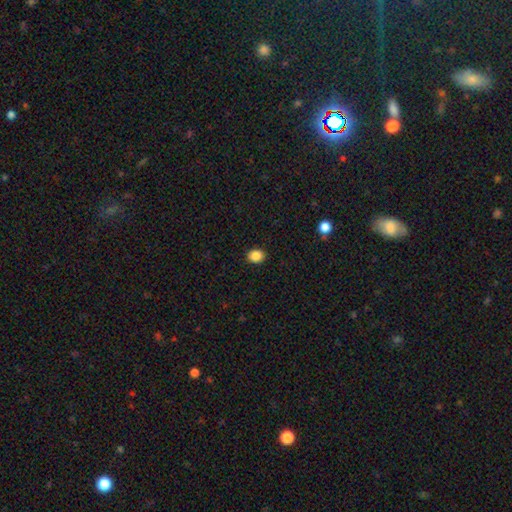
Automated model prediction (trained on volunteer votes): Smooth or featured? Predicted: smooth (p=0.87). How rounded? Predicted: round (p=0.62). Merging? Predicted: none (p=0.91).